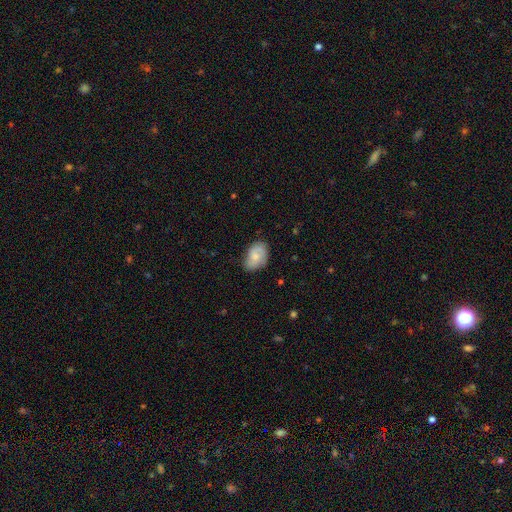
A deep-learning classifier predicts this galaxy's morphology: A smooth galaxy with no disk features (57%) that is in between round and cigar-shaped (85%). Merging: none (68%).